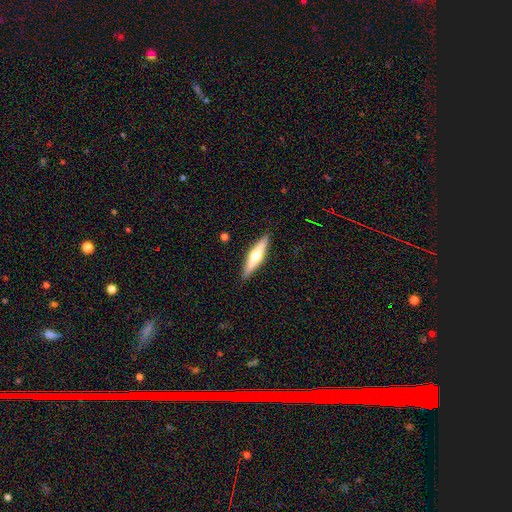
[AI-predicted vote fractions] featured or disk 59%, smooth 36%, star or artifact 5%. Down the decision tree: edge-on disk — yes (95%); edge-on bulge — rounded (94%); merging — none (90%).